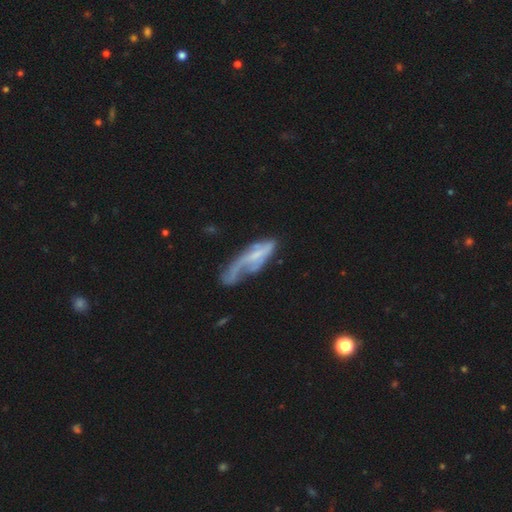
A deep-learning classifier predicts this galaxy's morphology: smooth_or_featured: featured or disk (p=0.64) [alt: smooth p=0.29]
disk_edge_on: no (p=0.78) [alt: yes p=0.22]
merging: none (p=0.35) [alt: major disturbance p=0.33]